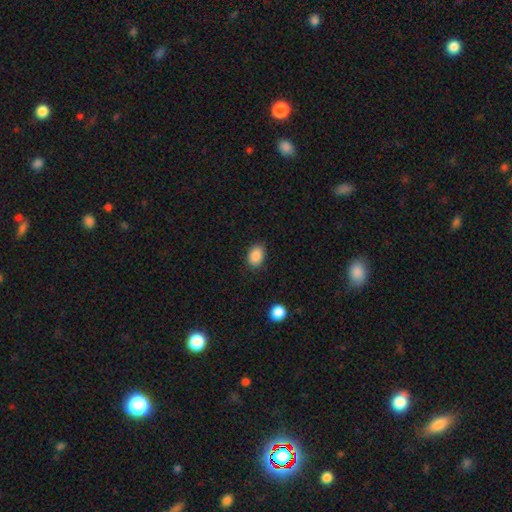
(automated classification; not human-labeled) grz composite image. It shows a smooth galaxy with no disk features (89%) that is in between round and cigar-shaped (79%). Merging: none (85%).